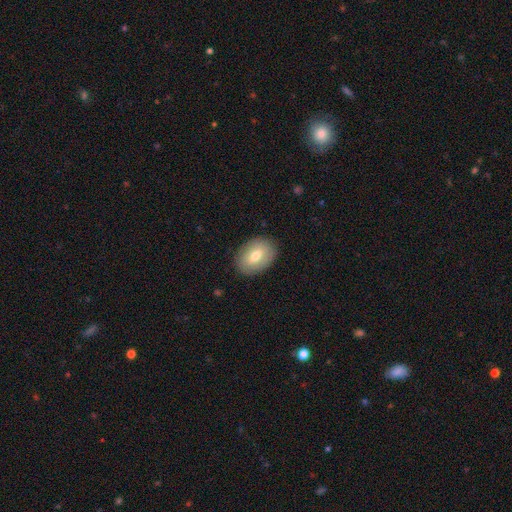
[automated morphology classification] Smooth or featured? Predicted: smooth (p=0.68). How rounded? Predicted: in between (p=0.86). Merging? Predicted: none (p=0.87).